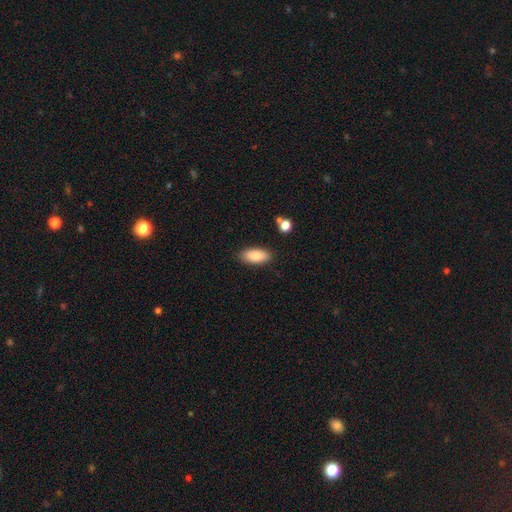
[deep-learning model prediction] This is clearly a smooth galaxy (87%). How rounded: clearly in between (87%). Merging: clearly none (86%).